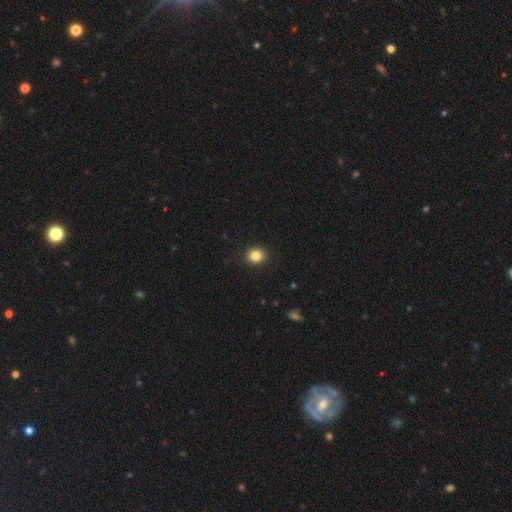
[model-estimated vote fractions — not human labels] smooth_or_featured: smooth (p=0.85) [alt: star or artifact p=0.10]
how_rounded: round (p=0.79) [alt: in between p=0.20]
merging: none (p=0.92) [alt: minor disturbance p=0.05]